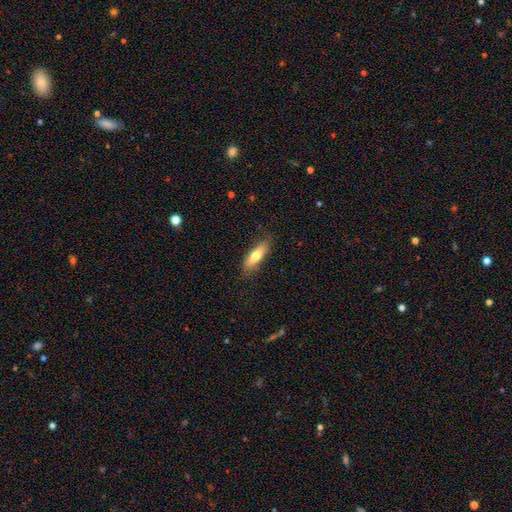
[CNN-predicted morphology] Overall: smooth (68%). How rounded: cigar-shaped (50%; in between 47%). Merging: none (81%).